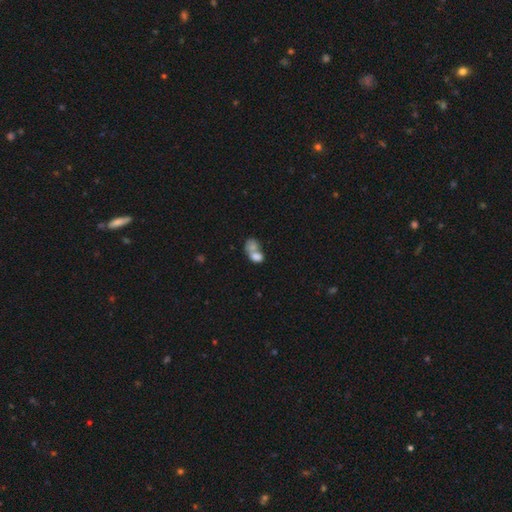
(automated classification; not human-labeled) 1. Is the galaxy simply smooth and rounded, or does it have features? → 73% smooth, 18% featured or disk, 9% star or artifact.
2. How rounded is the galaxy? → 73% in between, 25% round, 2% cigar-shaped.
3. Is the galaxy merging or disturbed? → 71% merger, 16% none, 7% minor disturbance, 6% major disturbance.